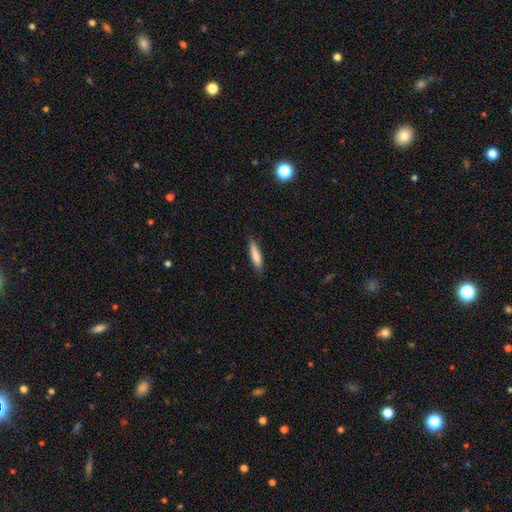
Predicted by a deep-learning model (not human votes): Overall: smooth (82%). How rounded: cigar-shaped (78%). Merging: none (83%).